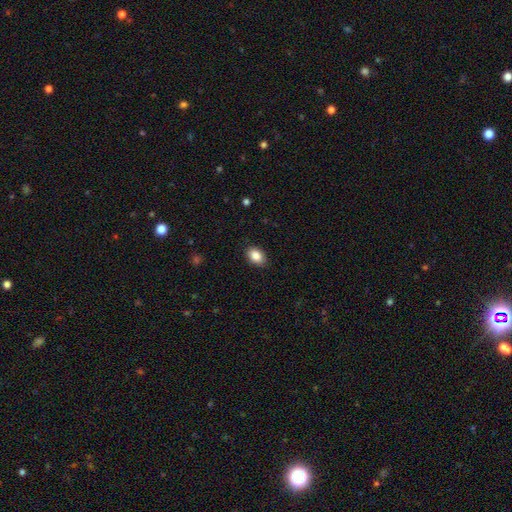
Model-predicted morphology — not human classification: This is clearly a smooth galaxy (87%). How rounded: clearly in between (83%). Merging: clearly none (87%).